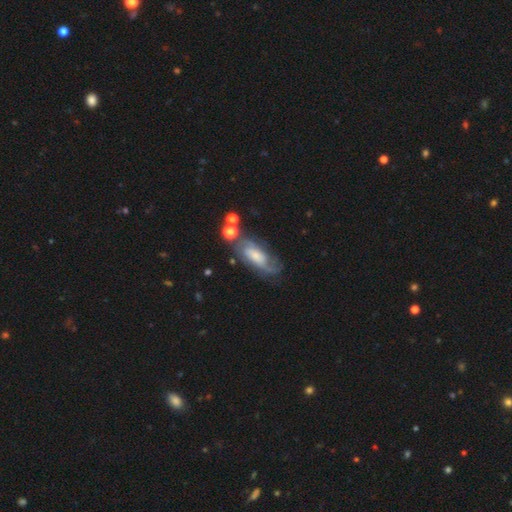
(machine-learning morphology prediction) Smooth or featured? featured or disk (66%)
Edge-on disk? no (90%)
Bar? no (59%)
Spiral arms? yes (89%)
Spiral winding? medium (43%)
Spiral arm count? 2 (50%)
Bulge size? small (44%)
Merging? none (56%)